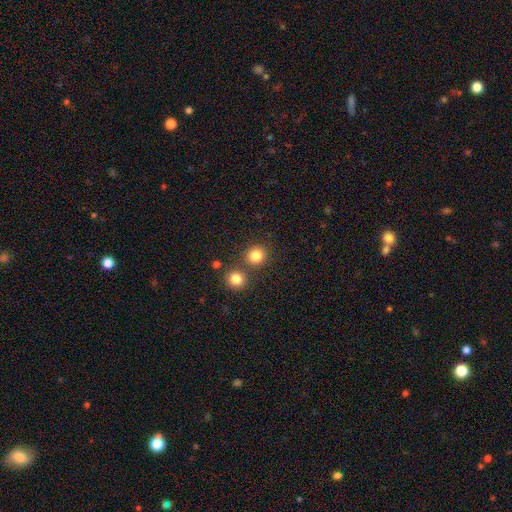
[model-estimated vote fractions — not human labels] This is clearly a smooth galaxy (83%). How rounded: clearly round (86%). Merging: likely none (74%).